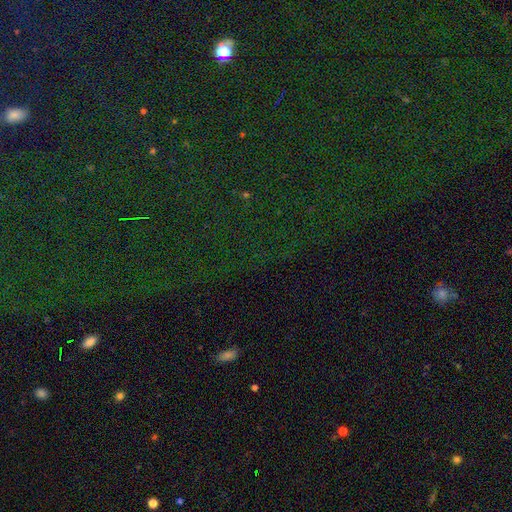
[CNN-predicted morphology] Smooth or featured? Predicted: star or artifact (p=0.82).